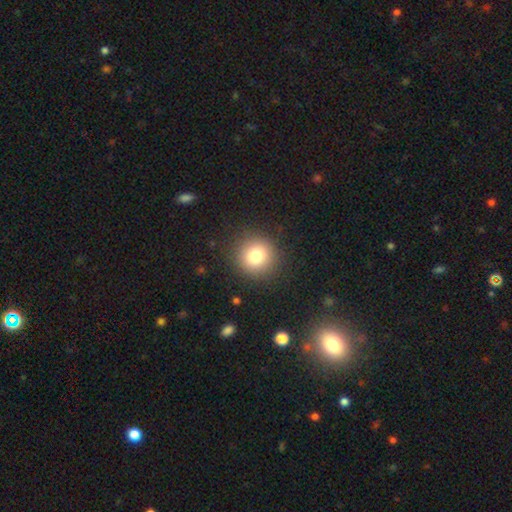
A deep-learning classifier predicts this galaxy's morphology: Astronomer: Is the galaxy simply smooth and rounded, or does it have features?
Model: smooth — 79%.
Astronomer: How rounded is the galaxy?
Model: round — 92%.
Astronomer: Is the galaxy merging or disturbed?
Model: none — 90%.